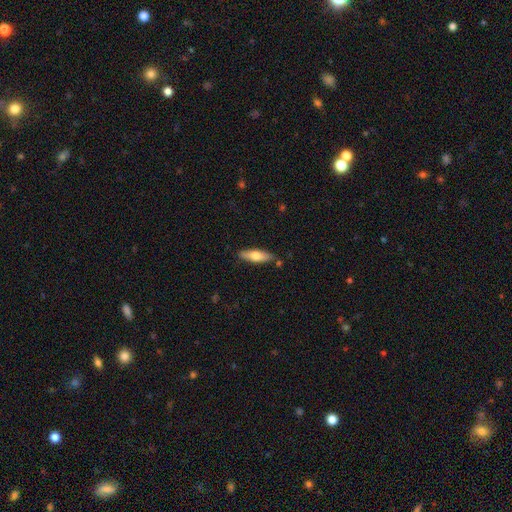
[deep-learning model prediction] A smooth galaxy with no disk features (63%) that is cigar-shaped (57%).

Vote fractions:
- Smooth or featured? smooth: 63% / featured or disk: 31% / star or artifact: 6%
- How rounded? cigar-shaped: 57% / in between: 41% / round: 2%
- Merging? none: 83% / minor disturbance: 12% / merger: 3% / major disturbance: 2%